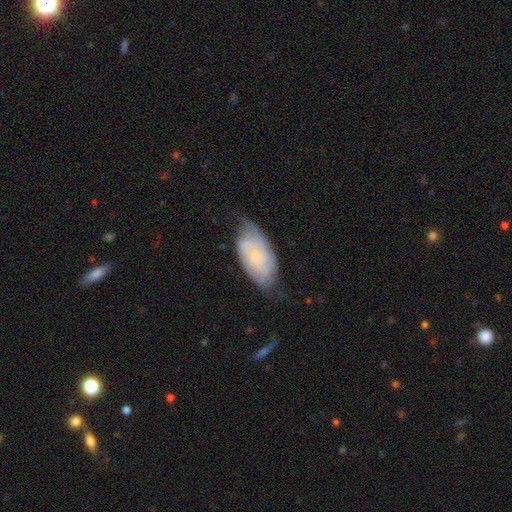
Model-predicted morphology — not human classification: smooth_or_featured: featured or disk (p=0.65) [alt: smooth p=0.28]
disk_edge_on: no (p=0.94) [alt: yes p=0.06]
bar: no (p=0.72) [alt: weak p=0.24]
has_spiral_arms: yes (p=0.88) [alt: no p=0.12]
spiral_winding: tight (p=0.55) [alt: medium p=0.33]
spiral_arm_count: can't tell (p=0.40) [alt: 2 p=0.37]
bulge_size: small (p=0.76) [alt: moderate p=0.16]
merging: none (p=0.57) [alt: minor disturbance p=0.31]